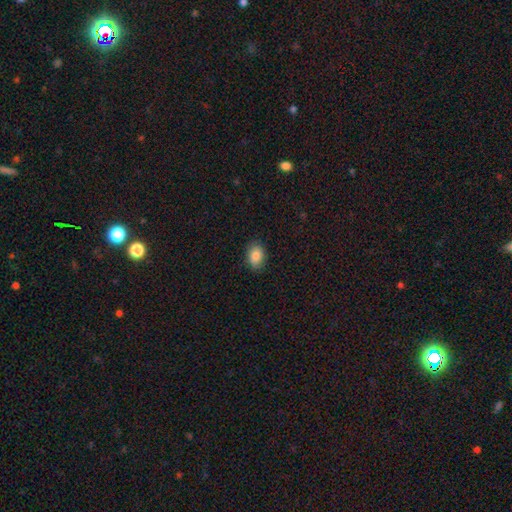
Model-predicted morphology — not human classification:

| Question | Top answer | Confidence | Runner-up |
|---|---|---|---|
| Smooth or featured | smooth | 87% | star or artifact (8%) |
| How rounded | in between | 80% | round (18%) |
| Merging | none | 87% | minor disturbance (9%) |